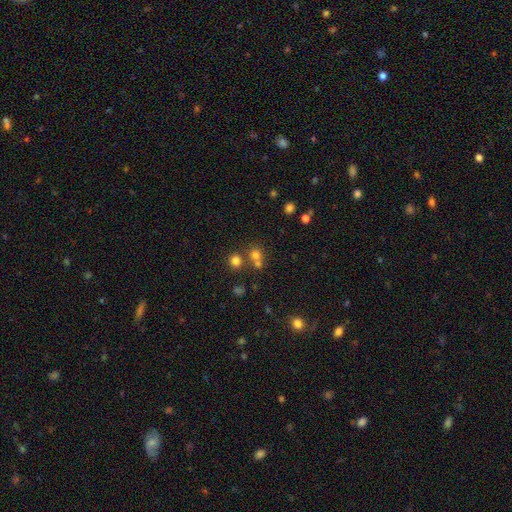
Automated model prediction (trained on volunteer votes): A smooth galaxy with no disk features (69%) that is round (86%).

Vote fractions:
- Smooth or featured? smooth: 69% / star or artifact: 21% / featured or disk: 10%
- How rounded? round: 86% / in between: 13% / cigar-shaped: 1%
- Merging? none: 55% / merger: 35% / minor disturbance: 7% / major disturbance: 3%